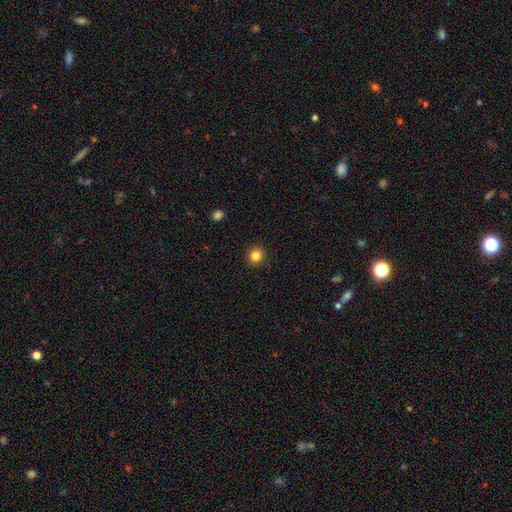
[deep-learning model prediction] Smooth or featured?
  - smooth: 84% *
  - star or artifact: 12%
  - featured or disk: 5%
How rounded?
  - round: 89% *
  - in between: 10%
  - cigar-shaped: 1%
Merging?
  - none: 92% *
  - minor disturbance: 6%
  - major disturbance: 2%
  - merger: 1%